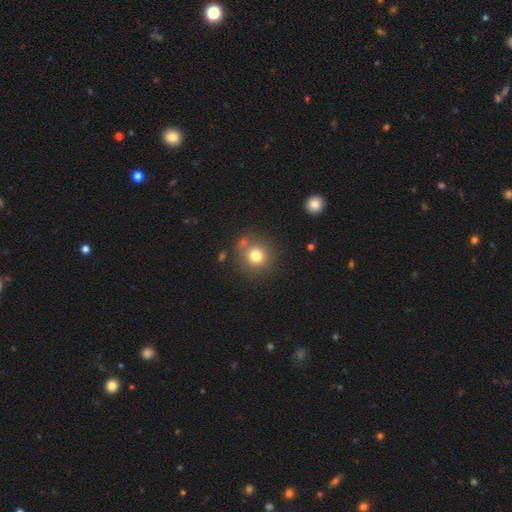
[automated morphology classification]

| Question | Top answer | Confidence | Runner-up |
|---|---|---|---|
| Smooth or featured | smooth | 77% | star or artifact (13%) |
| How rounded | round | 91% | in between (9%) |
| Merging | none | 76% | minor disturbance (11%) |